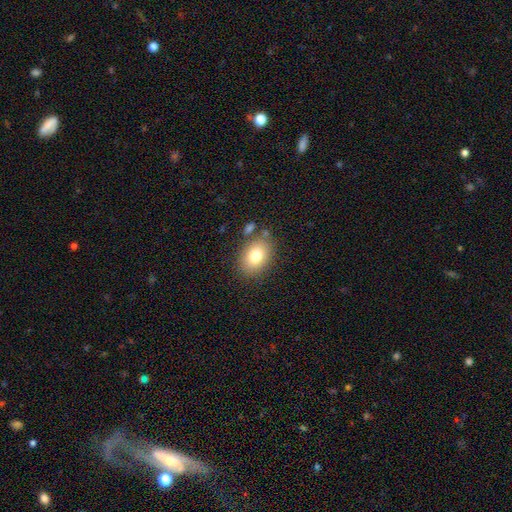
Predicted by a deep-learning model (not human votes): A smooth galaxy with no disk features (79%) that is in between round and cigar-shaped (73%).

Vote fractions:
- Smooth or featured? smooth: 79% / featured or disk: 11% / star or artifact: 9%
- How rounded? in between: 73% / round: 26% / cigar-shaped: 1%
- Merging? none: 78% / minor disturbance: 12% / merger: 6% / major disturbance: 4%